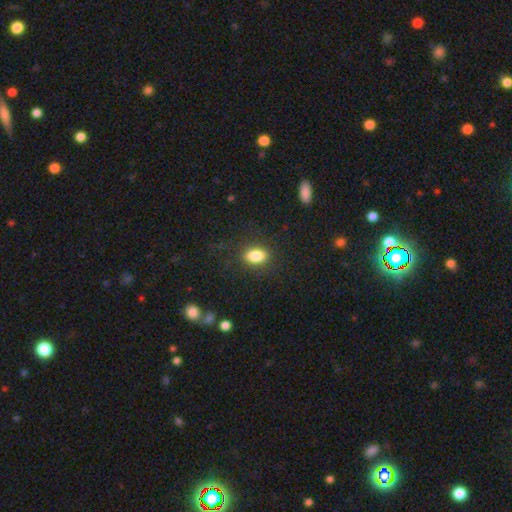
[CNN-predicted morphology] A smooth galaxy with no disk features (85%) that is in between round and cigar-shaped (86%). Merging: none (85%).